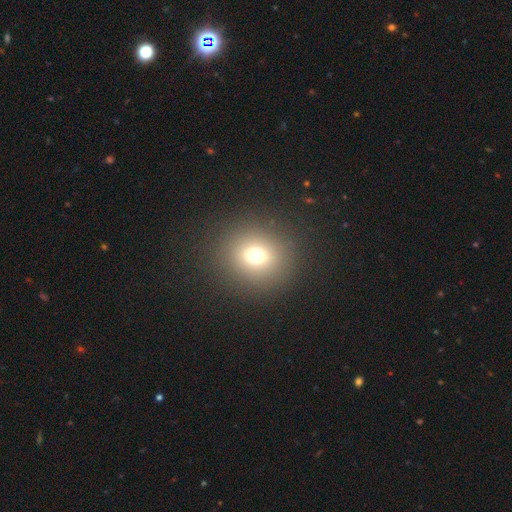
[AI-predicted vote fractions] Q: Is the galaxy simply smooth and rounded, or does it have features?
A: smooth — 70%.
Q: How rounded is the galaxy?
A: round — 84%.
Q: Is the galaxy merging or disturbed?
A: none — 88%.